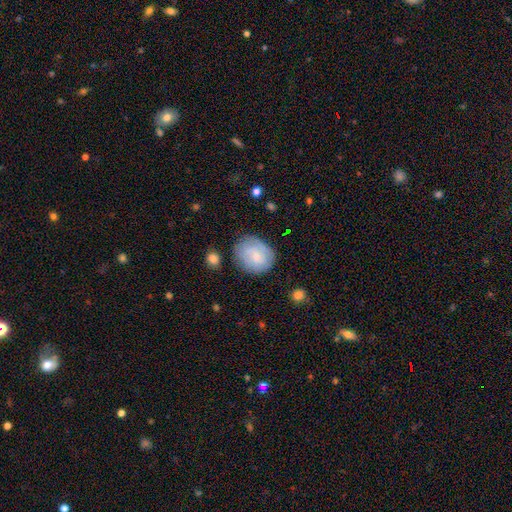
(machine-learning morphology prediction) Smooth or featured? smooth (62%)
How rounded? round (54%)
Merging? none (69%)